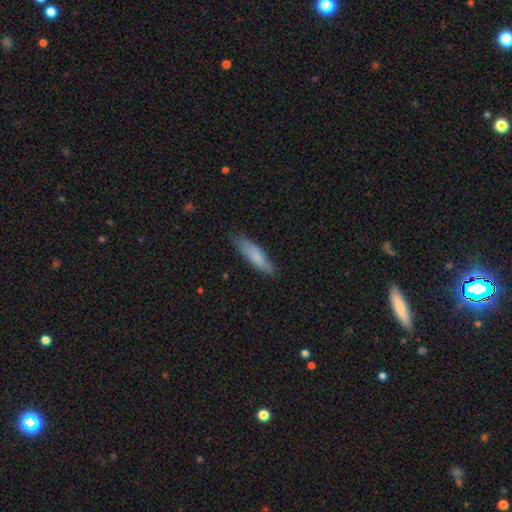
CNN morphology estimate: smooth-or-featured: smooth: 75% | featured or disk: 19% | star or artifact: 6%
  how-rounded: cigar-shaped: 65% | in between: 34% | round: 2%
  merging: none: 72% | minor disturbance: 22% | major disturbance: 5% | merger: 1%